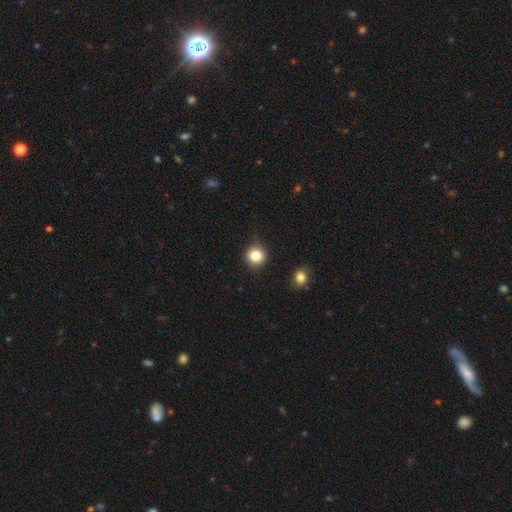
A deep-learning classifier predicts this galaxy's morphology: A smooth galaxy with no disk features (84%) that is round (92%).

Vote fractions:
- Smooth or featured? smooth: 84% / star or artifact: 11% / featured or disk: 5%
- How rounded? round: 92% / in between: 7% / cigar-shaped: 1%
- Merging? none: 89% / minor disturbance: 8% / major disturbance: 2% / merger: 2%